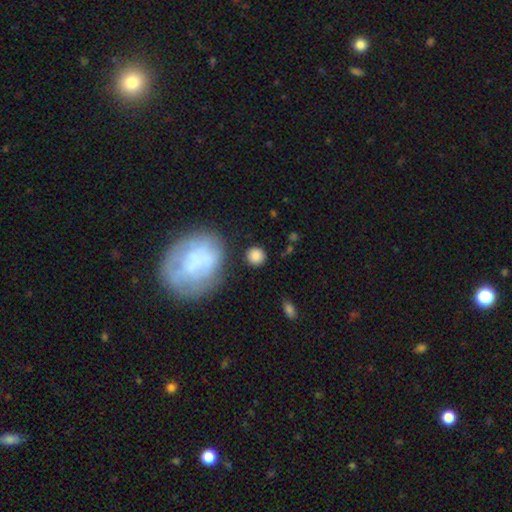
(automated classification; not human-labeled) smooth-or-featured: smooth: 84% | star or artifact: 9% | featured or disk: 7%
  how-rounded: round: 90% | in between: 9% | cigar-shaped: 1%
  merging: none: 84% | minor disturbance: 9% | major disturbance: 4% | merger: 3%